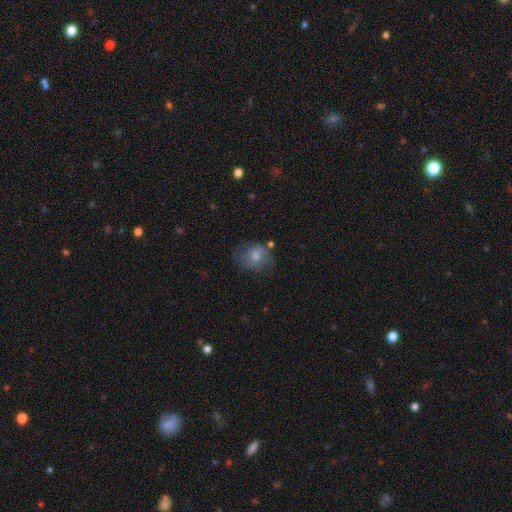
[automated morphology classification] This is likely a smooth galaxy (66%). How rounded: possibly round (56%). Merging: possibly none (54%).